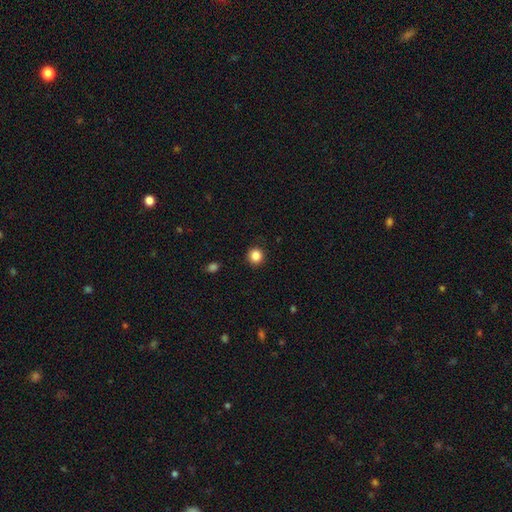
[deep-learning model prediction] A smooth galaxy with no disk features (85%) that is round (92%).

Vote fractions:
- Smooth or featured? smooth: 85% / star or artifact: 11% / featured or disk: 4%
- How rounded? round: 92% / in between: 7% / cigar-shaped: 1%
- Merging? none: 91% / minor disturbance: 6% / major disturbance: 2% / merger: 1%